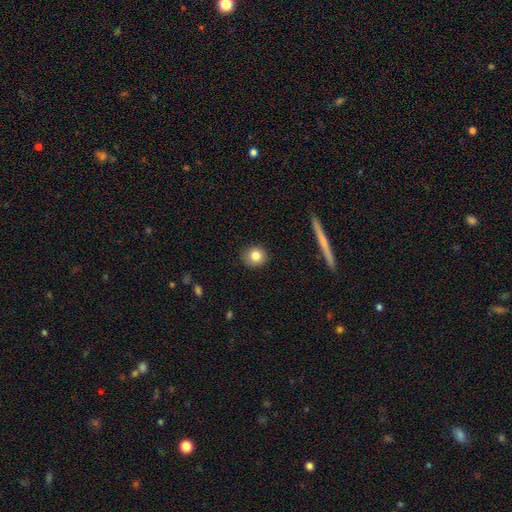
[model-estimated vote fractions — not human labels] smooth_or_featured: smooth (p=0.82) [alt: star or artifact p=0.09]
how_rounded: round (p=0.86) [alt: in between p=0.12]
merging: none (p=0.88) [alt: minor disturbance p=0.09]